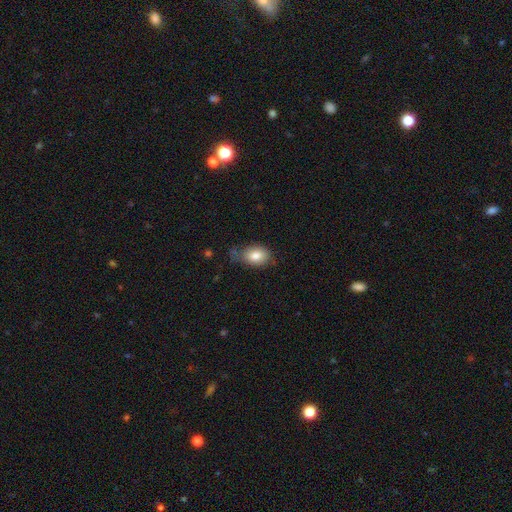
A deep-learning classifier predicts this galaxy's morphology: Smooth or featured? smooth (81%)
How rounded? in between (78%)
Merging? none (51%)